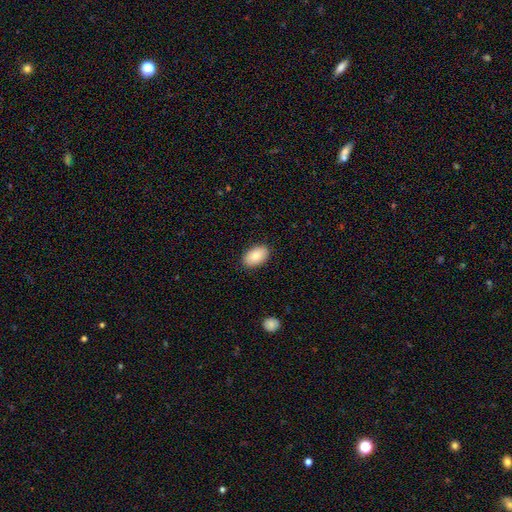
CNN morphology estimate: type=smooth (87%); roundness=in between (93%); merging=none (88%).